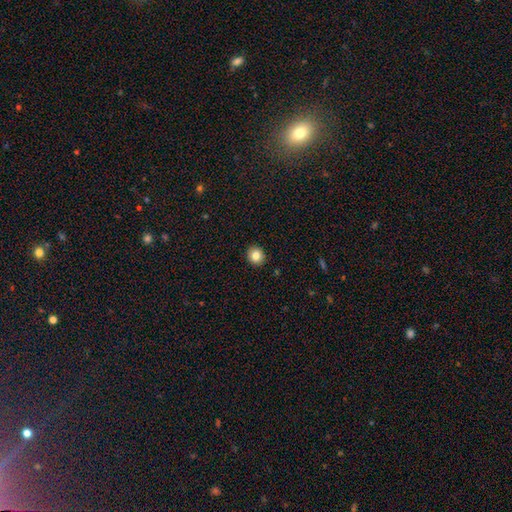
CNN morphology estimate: Smooth or featured? Predicted: smooth (p=0.83). How rounded? Predicted: round (p=0.84). Merging? Predicted: none (p=0.92).